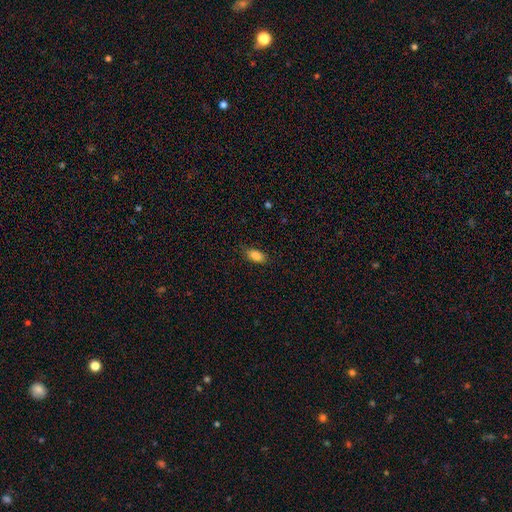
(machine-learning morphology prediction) A smooth galaxy with no disk features (85%) that is in between round and cigar-shaped (87%).

Vote fractions:
- Smooth or featured? smooth: 85% / star or artifact: 8% / featured or disk: 7%
- How rounded? in between: 87% / cigar-shaped: 7% / round: 6%
- Merging? none: 82% / minor disturbance: 14% / major disturbance: 3% / merger: 1%